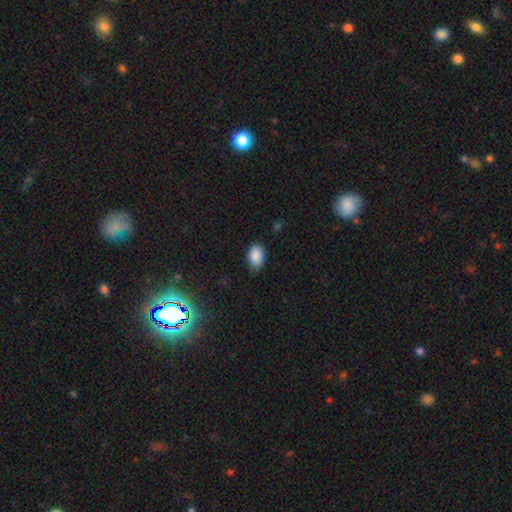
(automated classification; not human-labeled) The model was most divided on "merging": none: 67%, minor disturbance: 28%, major disturbance: 4%, merger: 1%. More confident: how rounded — in between (88%); smooth or featured — smooth (88%).